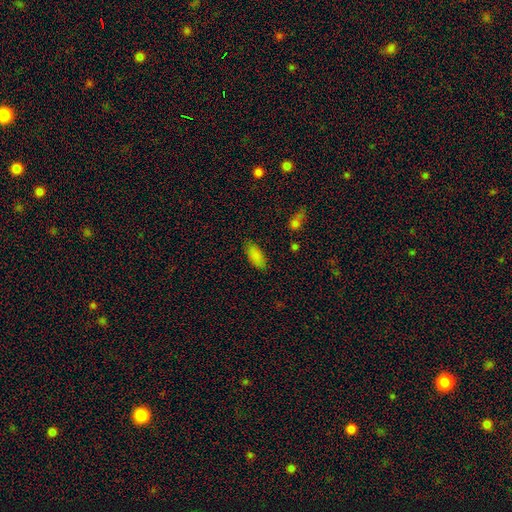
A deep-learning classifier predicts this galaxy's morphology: Overall: smooth (86%). How rounded: in between (88%). Merging: none (83%).